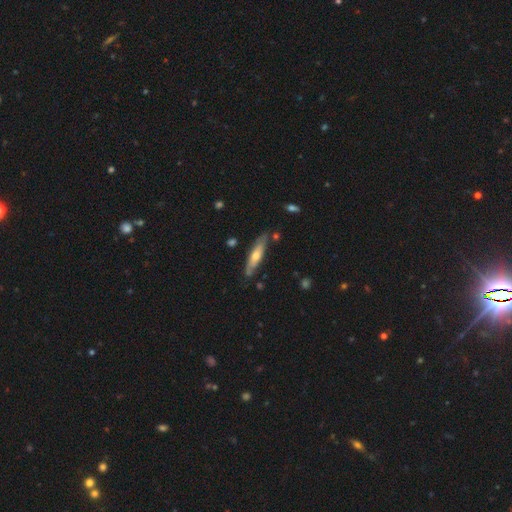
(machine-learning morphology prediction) Overall: featured or disk (52%; smooth 43%). Edge-on disk: yes (64%; no 36%). Merging: none (75%).